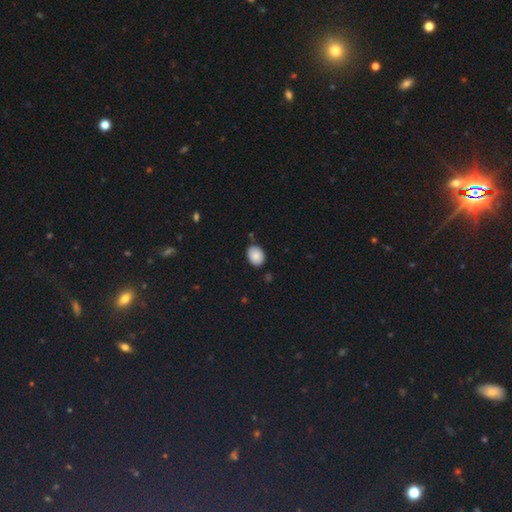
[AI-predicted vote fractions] Smooth or featured? smooth (86%)
How rounded? in between (66%)
Merging? none (81%)